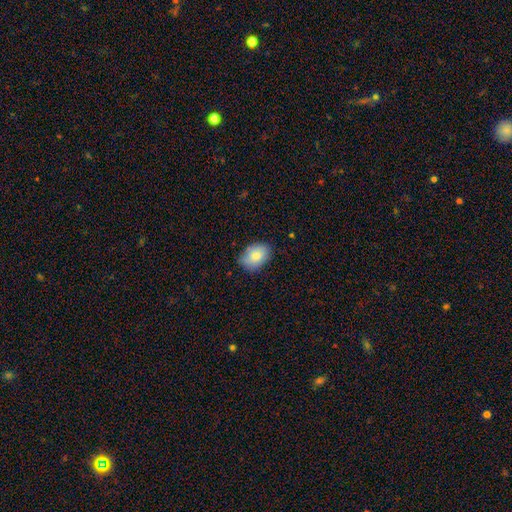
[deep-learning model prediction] This appears to be a smooth galaxy with no disk features (84%) that is in between round and cigar-shaped (78%). Merging: none (74%).